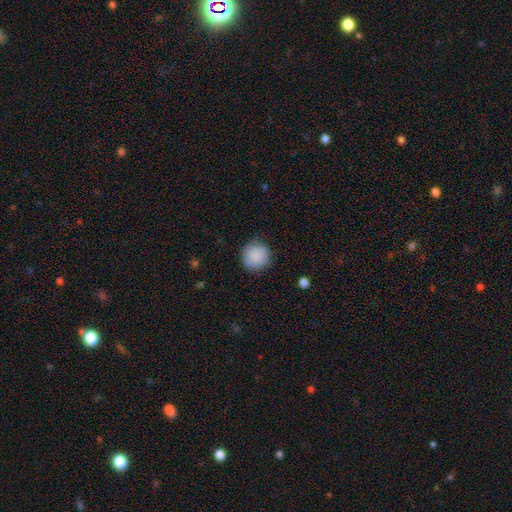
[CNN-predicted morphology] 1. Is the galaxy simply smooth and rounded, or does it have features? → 89% smooth, 8% star or artifact, 3% featured or disk.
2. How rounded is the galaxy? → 92% round, 7% in between, 1% cigar-shaped.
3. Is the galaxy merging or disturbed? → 84% none, 12% minor disturbance, 3% major disturbance, 1% merger.